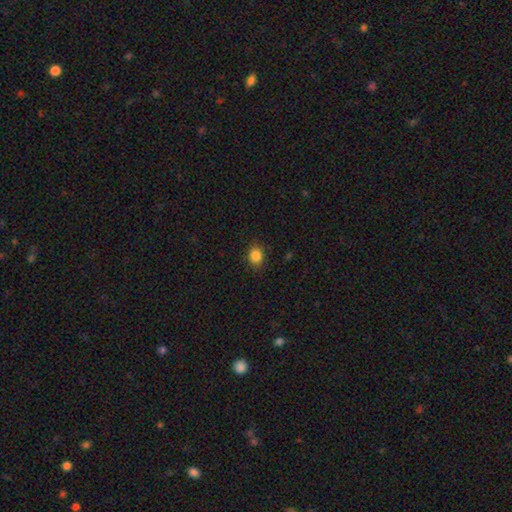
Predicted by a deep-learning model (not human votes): A smooth galaxy with no disk features (85%) that is round (59%).

Vote fractions:
- Smooth or featured? smooth: 85% / star or artifact: 11% / featured or disk: 4%
- How rounded? round: 59% / in between: 40% / cigar-shaped: 1%
- Merging? none: 87% / minor disturbance: 10% / major disturbance: 2% / merger: 1%